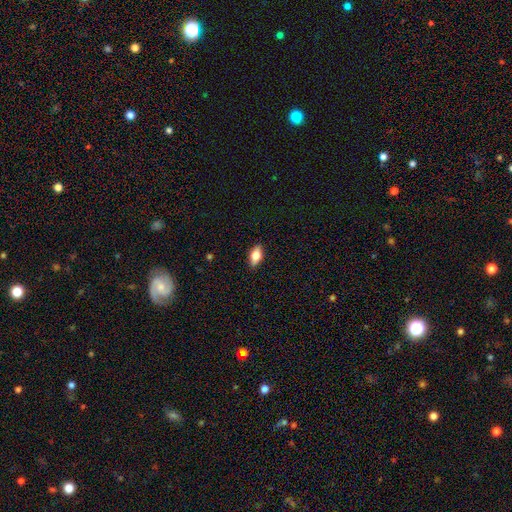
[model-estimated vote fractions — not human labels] smooth_or_featured: smooth (p=0.71) [alt: featured or disk p=0.21]
how_rounded: in between (p=0.84) [alt: cigar-shaped p=0.11]
merging: none (p=0.88) [alt: minor disturbance p=0.10]